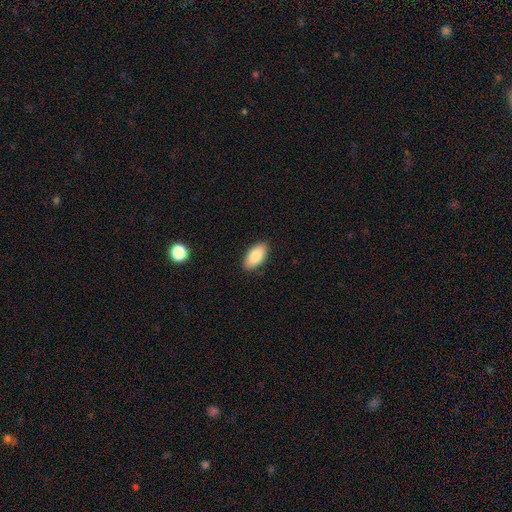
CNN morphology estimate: A smooth galaxy with no disk features (85%) that is in between round and cigar-shaped (94%). Merging: none (88%).